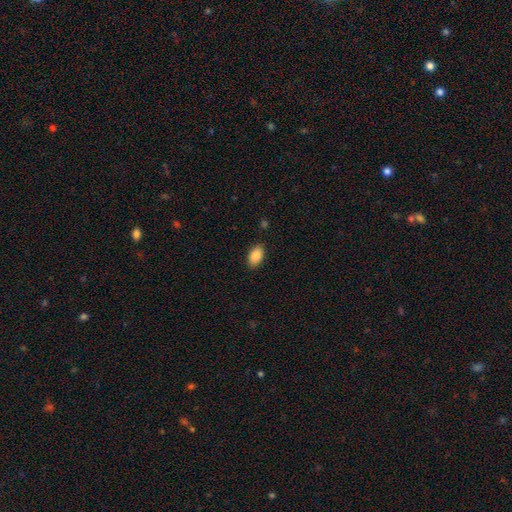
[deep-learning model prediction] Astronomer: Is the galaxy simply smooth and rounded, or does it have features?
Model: smooth — 88%.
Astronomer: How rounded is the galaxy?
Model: in between — 92%.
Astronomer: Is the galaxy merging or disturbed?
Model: none — 87%.